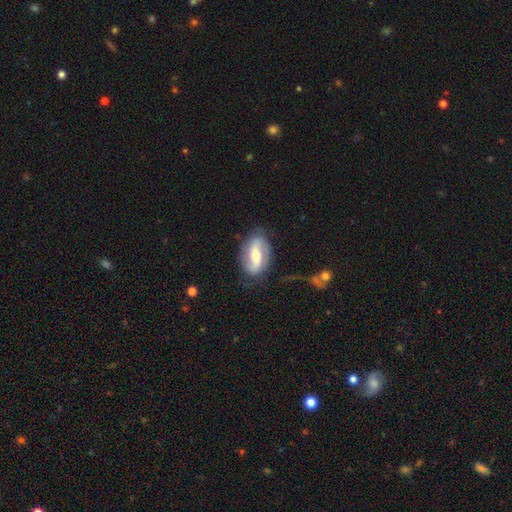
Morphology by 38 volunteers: A featured or disk galaxy (82%) with a weak bar (57%), 2 (96%) loose (65%) spiral arms (87%) and a moderate central bulge (53%).

Vote fractions:
- Smooth or featured? featured or disk: 82% / smooth: 13% / star or artifact: 5%
- Edge-on disk? no: 97% / yes: 3%
- Bar? weak: 57% / no: 23% / strong: 20%
- Spiral arms? yes: 87% / no: 13%
- Spiral winding? loose: 65% / medium: 19% / tight: 15%
- Spiral arm count? 2: 96% / can't tell: 4% / 1: 0% / 3: 0% / 4: 0% / more than 4: 0%
- Bulge size? moderate: 53% / small: 40% / large: 3% / none: 3% / dominant: 0%
- Merging? none: 72% / minor disturbance: 14% / merger: 11% / major disturbance: 3%